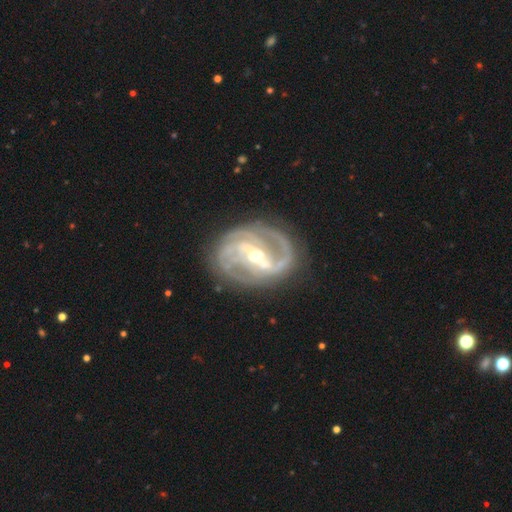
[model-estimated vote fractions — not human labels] A featured or disk galaxy (90%) with a strong bar (49%), 2 (46%) medium (44%, tied with tight) spiral arms (97%) and a moderate central bulge (66%). Merging: none (74%).